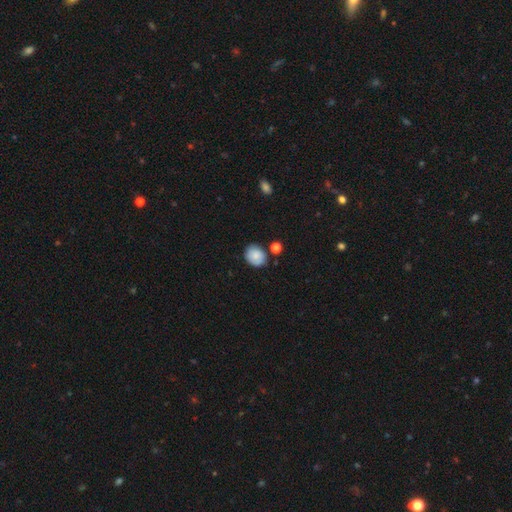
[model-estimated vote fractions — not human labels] smooth 79%, featured or disk 13%, star or artifact 8%. Down the decision tree: how rounded — round (65%); merging — none (74%).